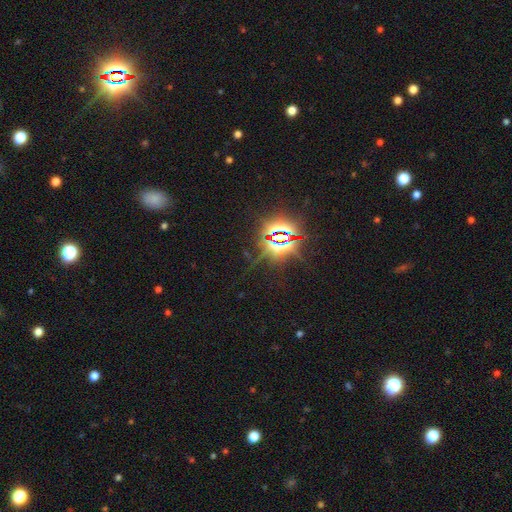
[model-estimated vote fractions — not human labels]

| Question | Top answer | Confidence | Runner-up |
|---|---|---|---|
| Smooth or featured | star or artifact | 84% | smooth (9%) |